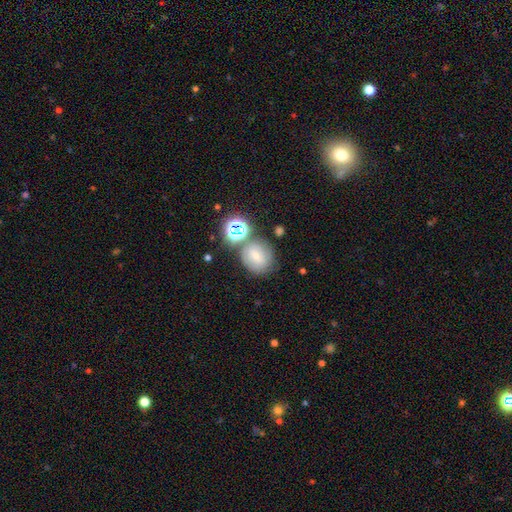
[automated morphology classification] smooth 60%, featured or disk 21%, star or artifact 19%. Down the decision tree: how rounded — round (77%); merging — none (61%).